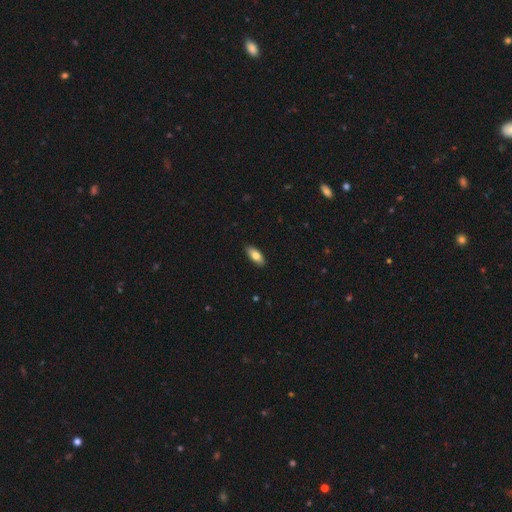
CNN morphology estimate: The model was most divided on "smooth or featured": smooth: 80%, featured or disk: 14%, star or artifact: 6%. More confident: merging — none (88%); how rounded — in between (84%).